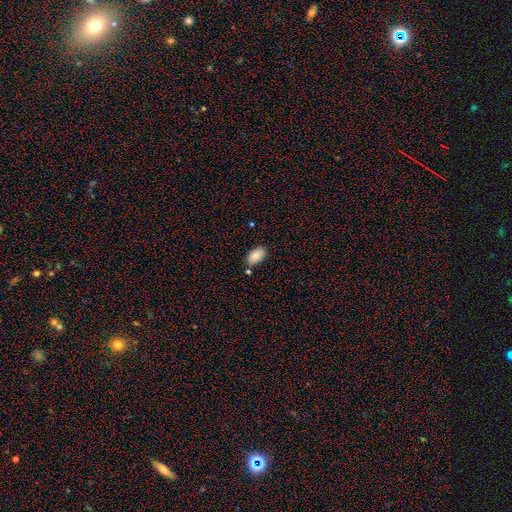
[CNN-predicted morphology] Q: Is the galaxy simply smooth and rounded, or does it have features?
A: smooth — 86%.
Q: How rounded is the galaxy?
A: in between — 94%.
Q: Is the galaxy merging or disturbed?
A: none — 78%.